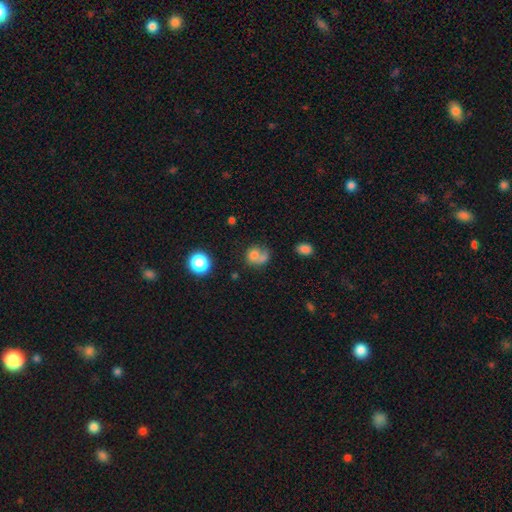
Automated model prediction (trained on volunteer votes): Morphology: type=smooth (68%); roundness=round (65%); merging=merger (38%).